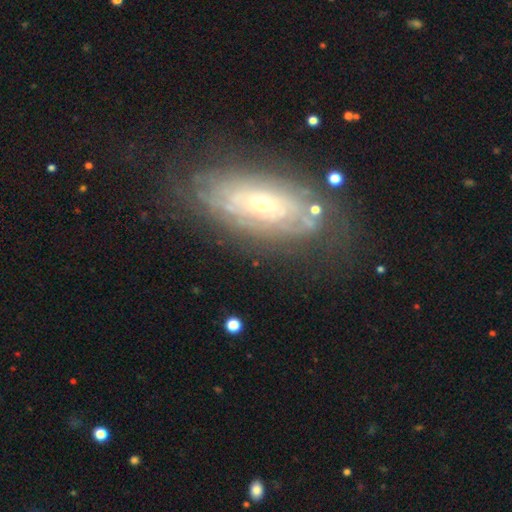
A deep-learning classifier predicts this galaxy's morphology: featured or disk 76%, smooth 15%, star or artifact 9%. Down the decision tree: edge-on disk — no (87%); bar — no (72%); spiral arms — yes (78%); spiral arm count — can't tell (65%); spiral winding — tight (76%); bulge size — small (60%); merging — none (74%).